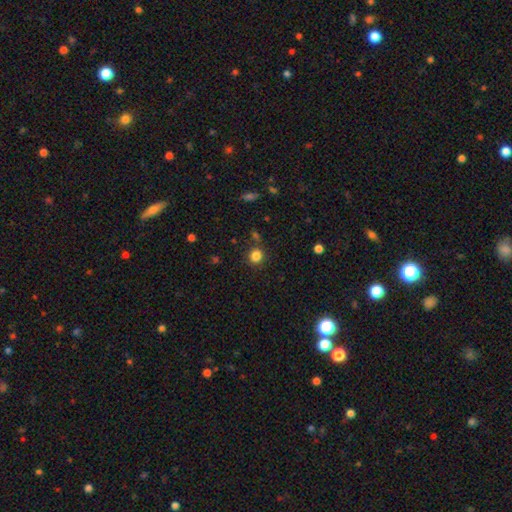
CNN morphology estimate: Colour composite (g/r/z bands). It shows a smooth galaxy with no disk features (84%) that is round (87%). Merging: none (83%).